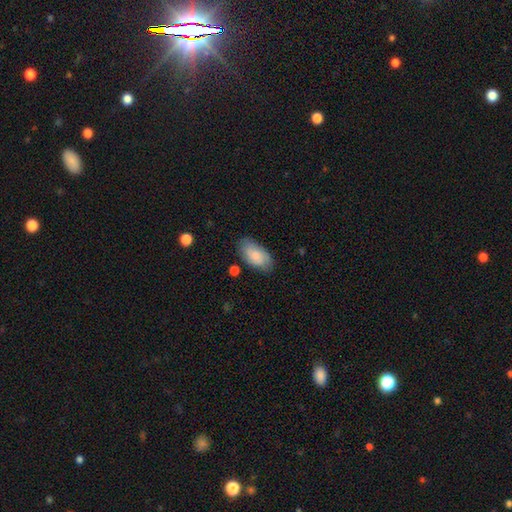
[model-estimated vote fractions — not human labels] Smooth or featured? Predicted: smooth (p=0.79). How rounded? Predicted: in between (p=0.94). Merging? Predicted: none (p=0.77).